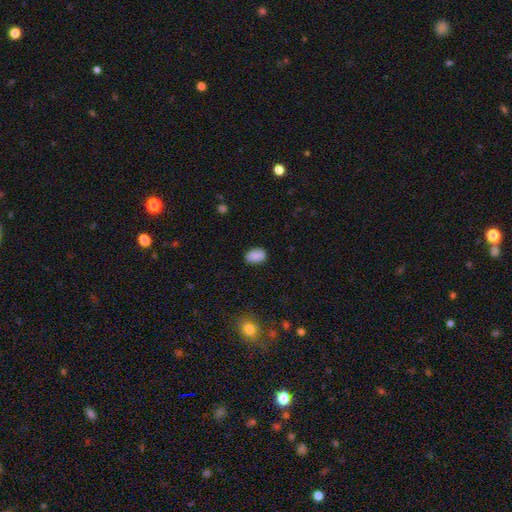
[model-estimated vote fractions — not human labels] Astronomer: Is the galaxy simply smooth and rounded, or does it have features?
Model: smooth — 85%.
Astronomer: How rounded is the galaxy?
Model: in between — 86%.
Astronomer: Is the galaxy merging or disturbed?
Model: none — 83%.